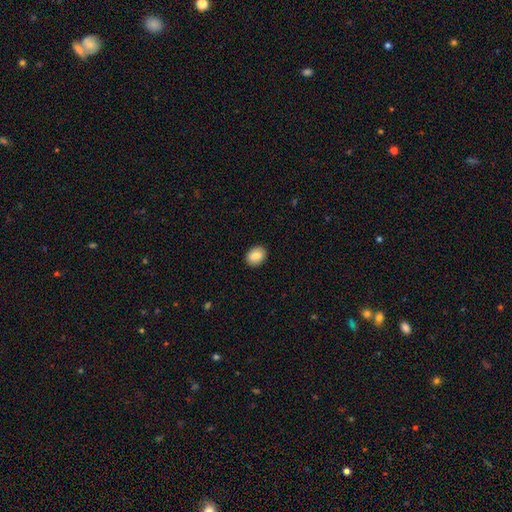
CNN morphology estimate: This appears to be a smooth galaxy with no disk features (87%) that is in between round and cigar-shaped (59%). Merging: none (91%).